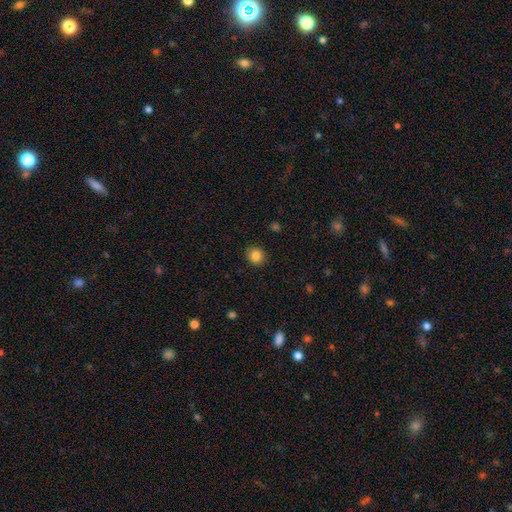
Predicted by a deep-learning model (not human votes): Overall: smooth (85%). How rounded: round (81%). Merging: none (90%).